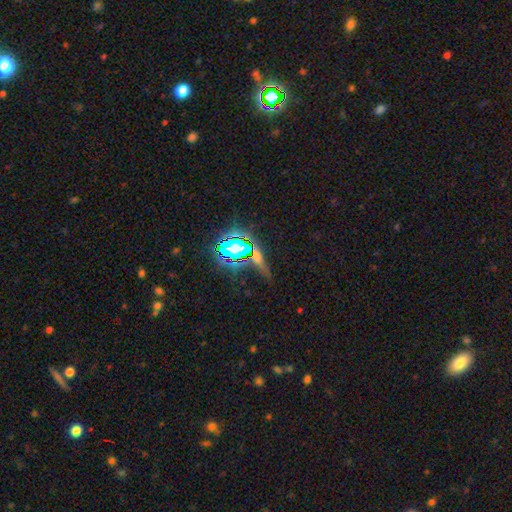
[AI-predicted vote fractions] This is possibly a star or artifact rather than a galaxy (54%).